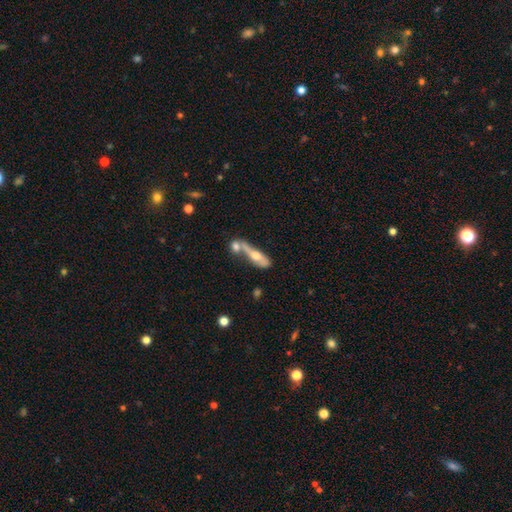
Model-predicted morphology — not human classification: A featured or disk galaxy (53%) viewed edge-on (68%).

Vote fractions:
- Smooth or featured? featured or disk: 53% / smooth: 39% / star or artifact: 8%
- Edge-on disk? yes: 68% / no: 32%
- Merging? merger: 45% / none: 33% / minor disturbance: 13% / major disturbance: 8%